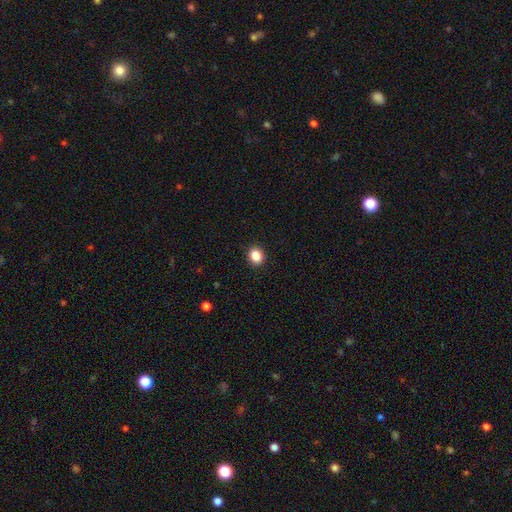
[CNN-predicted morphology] Smooth or featured?
  - smooth: 87% *
  - star or artifact: 10%
  - featured or disk: 3%
How rounded?
  - round: 66% *
  - in between: 33%
  - cigar-shaped: 1%
Merging?
  - none: 91% *
  - minor disturbance: 6%
  - major disturbance: 2%
  - merger: 1%